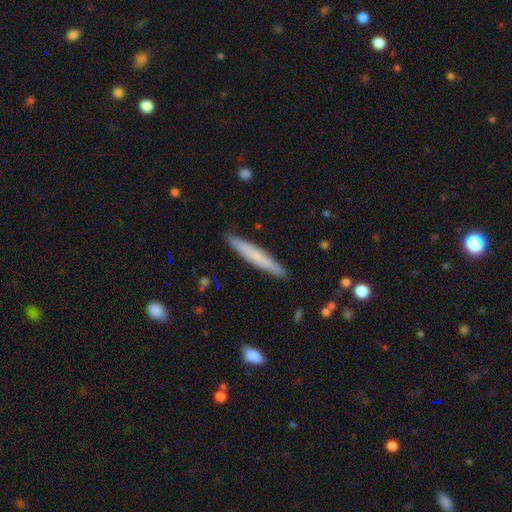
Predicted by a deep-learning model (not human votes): This appears to be a smooth galaxy with no disk features (64%) that is cigar-shaped (95%). Merging: none (90%).